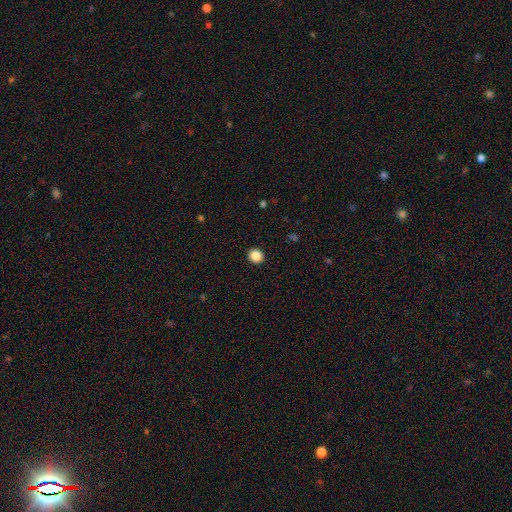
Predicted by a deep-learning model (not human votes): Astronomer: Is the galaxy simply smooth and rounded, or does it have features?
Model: smooth — 86%.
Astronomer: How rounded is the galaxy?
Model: round — 89%.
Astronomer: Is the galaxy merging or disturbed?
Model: none — 93%.